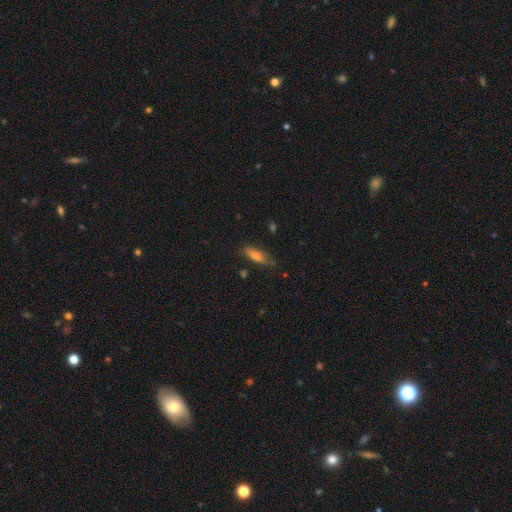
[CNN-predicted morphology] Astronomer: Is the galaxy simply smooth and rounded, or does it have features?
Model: smooth — 59%.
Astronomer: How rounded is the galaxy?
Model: cigar-shaped — 65%.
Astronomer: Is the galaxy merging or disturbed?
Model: none — 74%.